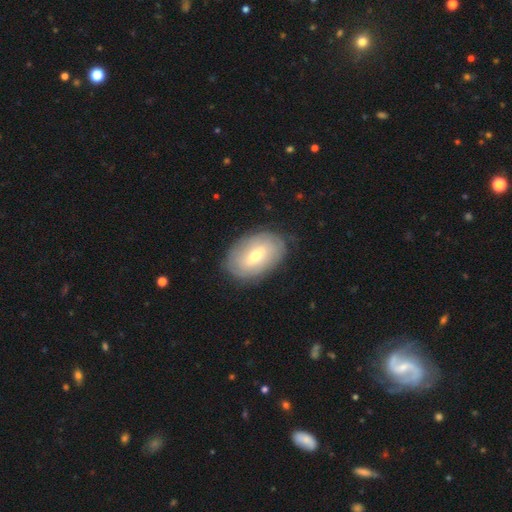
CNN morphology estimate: Q: Smooth or featured?
A: featured or disk (59%); runner-up: smooth (35%)
Q: Edge-on disk?
A: no (92%); runner-up: yes (8%)
Q: Bar?
A: weak (49%); runner-up: no (29%)
Q: Spiral arms?
A: yes (62%); runner-up: no (38%)
Q: Bulge size?
A: moderate (55%); runner-up: small (40%)
Q: Merging?
A: none (82%); runner-up: minor disturbance (13%)